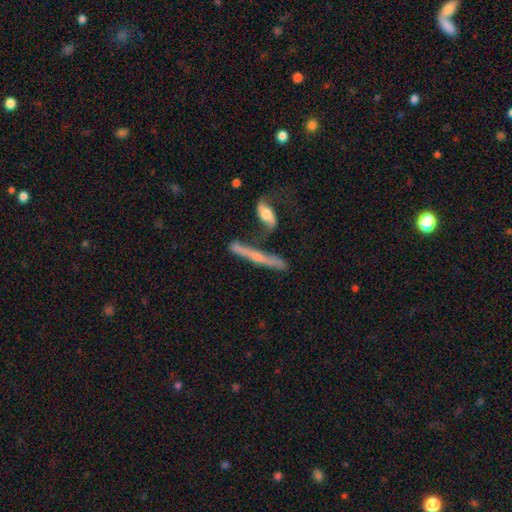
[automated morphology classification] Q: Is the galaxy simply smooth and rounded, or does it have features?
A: featured or disk — 67%.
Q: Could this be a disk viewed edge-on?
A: yes — 91%.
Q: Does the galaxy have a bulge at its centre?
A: rounded — 67%.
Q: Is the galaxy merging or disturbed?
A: none — 60%.